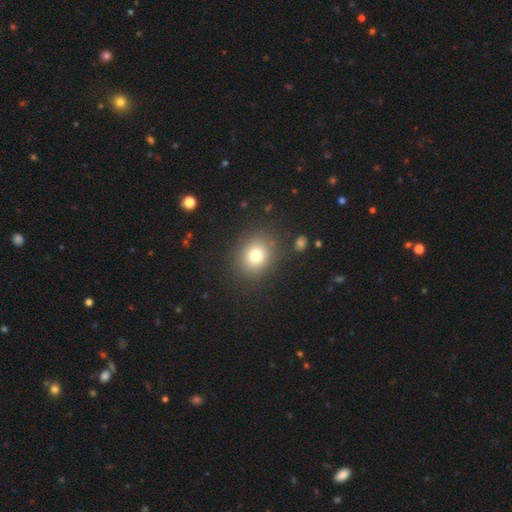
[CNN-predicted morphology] Smooth or featured?
  - smooth: 77% *
  - star or artifact: 13%
  - featured or disk: 10%
How rounded?
  - round: 70% *
  - in between: 29%
  - cigar-shaped: 1%
Merging?
  - none: 86% *
  - minor disturbance: 8%
  - major disturbance: 4%
  - merger: 2%